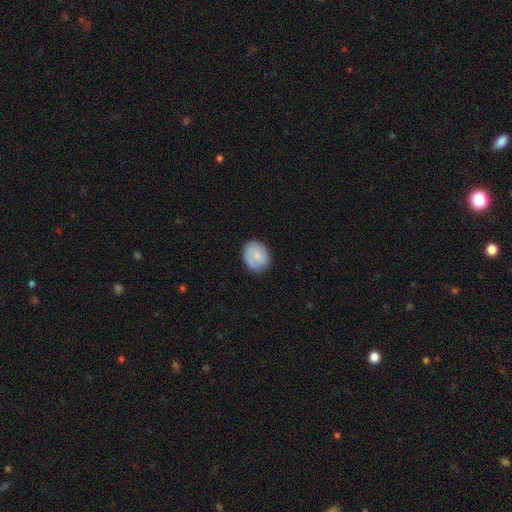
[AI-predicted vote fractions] Smooth or featured? smooth (73%)
How rounded? round (58%)
Merging? none (79%)